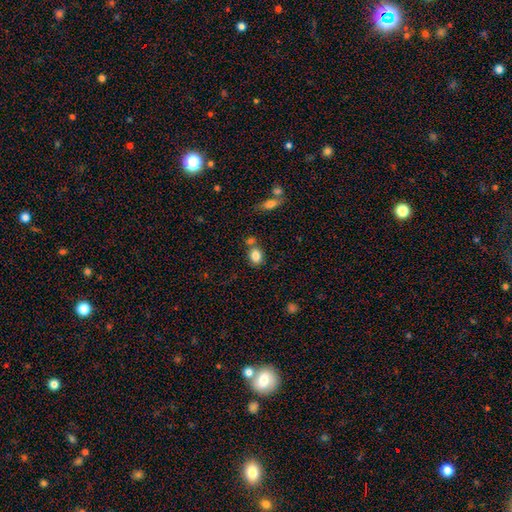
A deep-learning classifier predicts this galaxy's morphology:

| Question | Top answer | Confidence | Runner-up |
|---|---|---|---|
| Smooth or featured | smooth | 83% | star or artifact (9%) |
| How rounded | in between | 64% | round (35%) |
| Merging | none | 64% | merger (19%) |